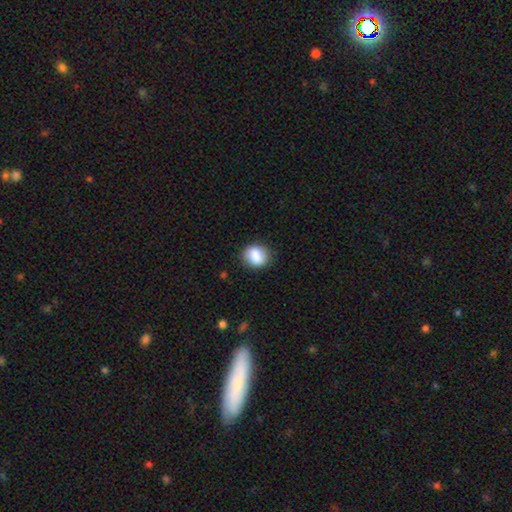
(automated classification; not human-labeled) Morphology: type=smooth (86%); roundness=round (67%); merging=none (83%).